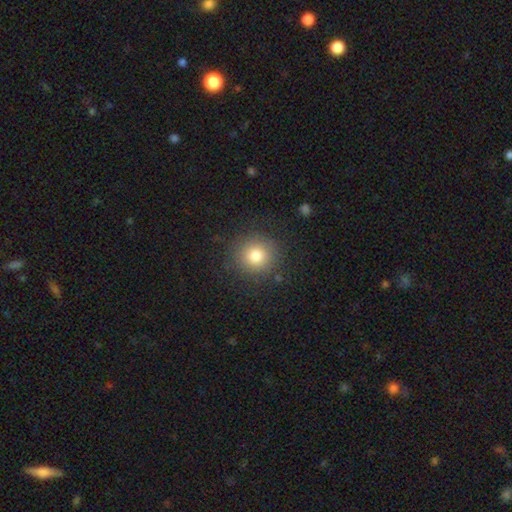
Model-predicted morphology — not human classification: Smooth or featured? smooth (80%)
How rounded? round (92%)
Merging? none (87%)